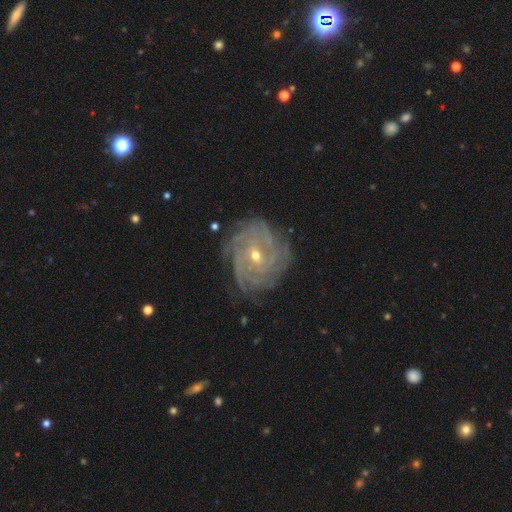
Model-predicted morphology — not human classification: A featured or disk galaxy (89%) with no bar (52%), tight (79%) spiral arms (97%) and a small central bulge (57%).

Vote fractions:
- Smooth or featured? featured or disk: 89% / star or artifact: 6% / smooth: 5%
- Edge-on disk? no: 97% / yes: 3%
- Bar? no: 52% / weak: 37% / strong: 11%
- Spiral arms? yes: 97% / no: 3%
- Spiral winding? tight: 79% / medium: 17% / loose: 4%
- Spiral arm count? can't tell: 26% / 4: 24% / more than 4: 20% / 3: 14% / 2: 9% / 1: 8%
- Bulge size? small: 57% / moderate: 41% / large: 1% / none: 1% / dominant: 1%
- Merging? none: 77% / minor disturbance: 16% / major disturbance: 5% / merger: 1%